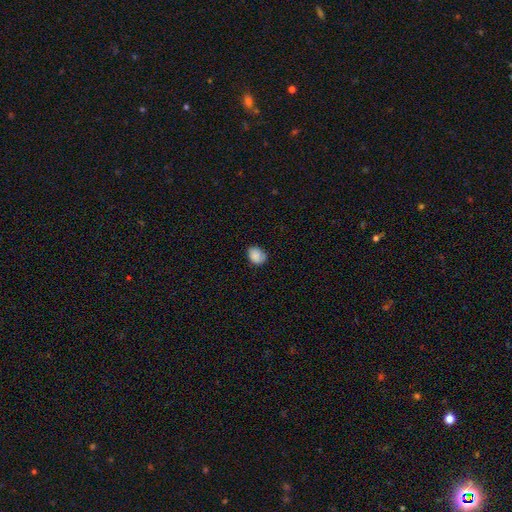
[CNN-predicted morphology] This is clearly a smooth galaxy (83%). How rounded: likely in between (61%). Merging: likely none (70%).